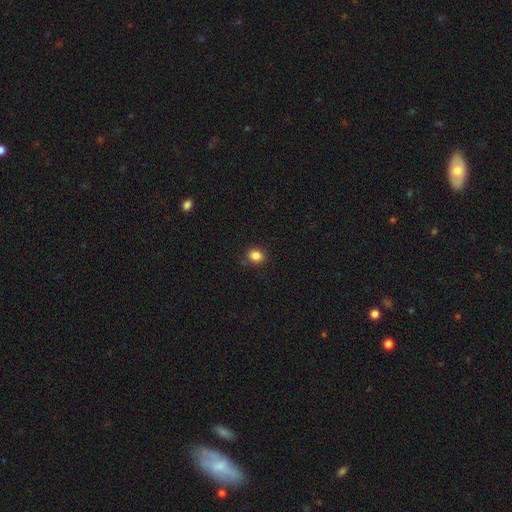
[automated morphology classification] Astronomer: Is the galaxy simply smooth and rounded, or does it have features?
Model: smooth — 85%.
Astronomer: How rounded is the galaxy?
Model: round — 72%.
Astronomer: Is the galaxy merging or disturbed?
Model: none — 84%.